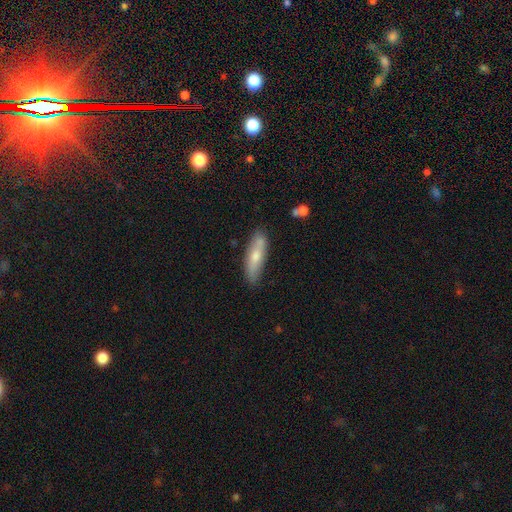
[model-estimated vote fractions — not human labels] smooth-or-featured: smooth: 65% | featured or disk: 29% | star or artifact: 6%
  how-rounded: cigar-shaped: 56% | in between: 42% | round: 2%
  merging: none: 76% | minor disturbance: 16% | merger: 5% | major disturbance: 3%